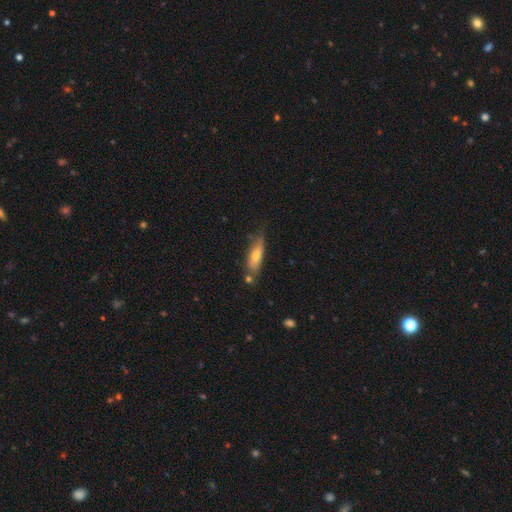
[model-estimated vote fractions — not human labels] This is possibly a smooth galaxy (52%). How rounded: likely cigar-shaped (65%). Merging: likely none (67%).